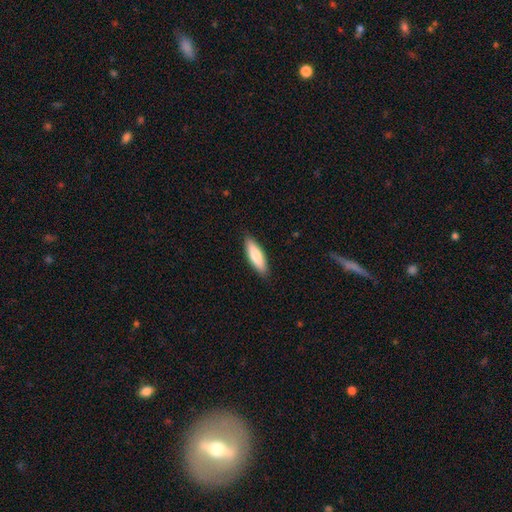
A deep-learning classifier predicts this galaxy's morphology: Smooth or featured?
  - smooth: 78% *
  - featured or disk: 17%
  - star or artifact: 5%
How rounded?
  - cigar-shaped: 51% *
  - in between: 47%
  - round: 2%
Merging?
  - none: 88% *
  - minor disturbance: 9%
  - major disturbance: 2%
  - merger: 1%